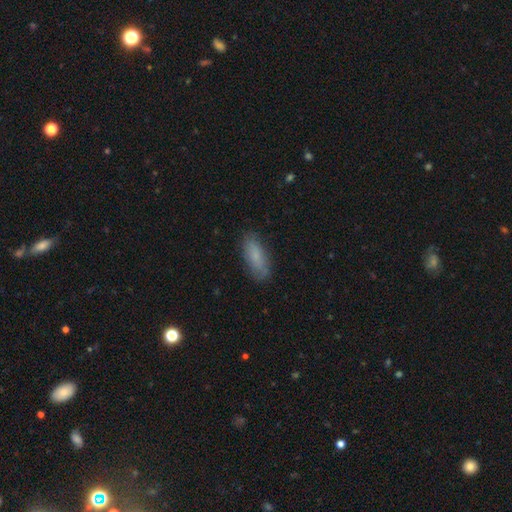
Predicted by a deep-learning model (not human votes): This appears to be a smooth galaxy with no disk features (80%) that is in between round and cigar-shaped (70%). Merging: none (80%).